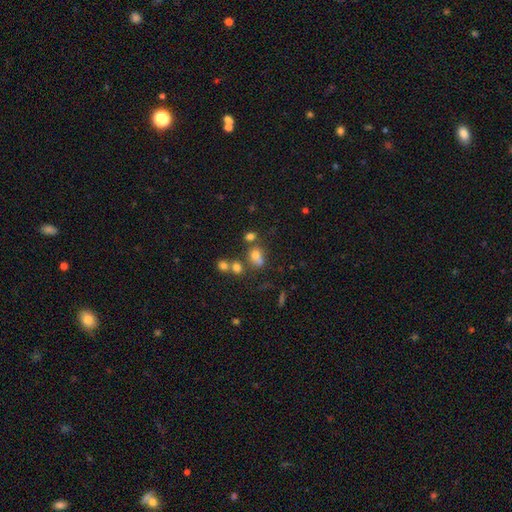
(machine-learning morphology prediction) smooth 68%, star or artifact 19%, featured or disk 13%. Down the decision tree: how rounded — in between (56%); merging — none (48%).